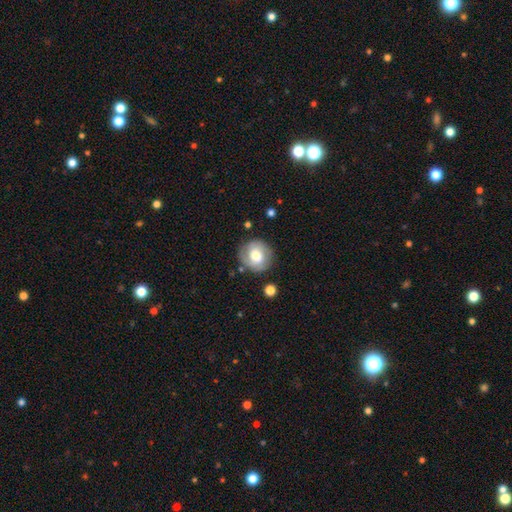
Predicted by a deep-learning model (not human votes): Morphology: type=smooth (54%); roundness=round (84%); merging=none (78%).